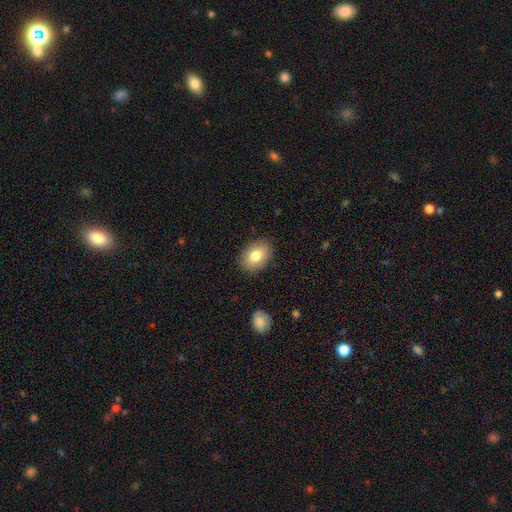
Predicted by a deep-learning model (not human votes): Smooth or featured: smooth — 81% (featured or disk — 12%)
How rounded: in between — 81% (round — 18%)
Merging: none — 87% (minor disturbance — 9%)